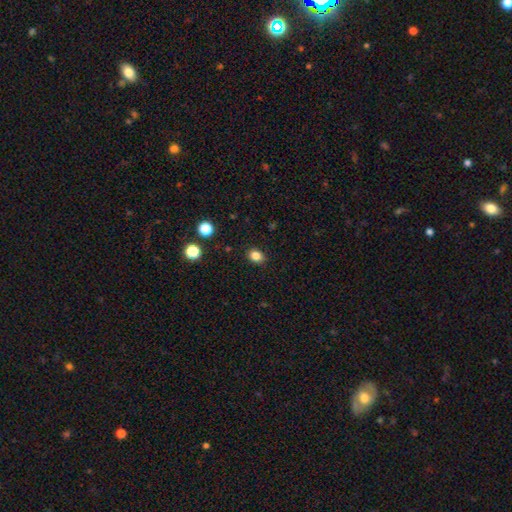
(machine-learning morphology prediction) Smooth or featured? smooth (83%)
How rounded? round (50%)
Merging? none (88%)